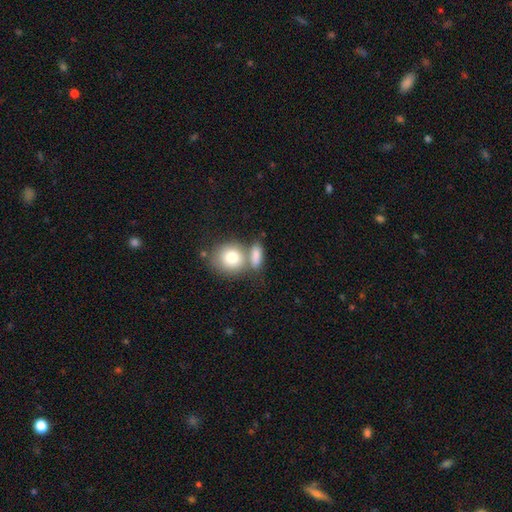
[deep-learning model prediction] Overall: smooth (82%). How rounded: in between (61%; round 30%). Merging: none (43%; merger 41%).